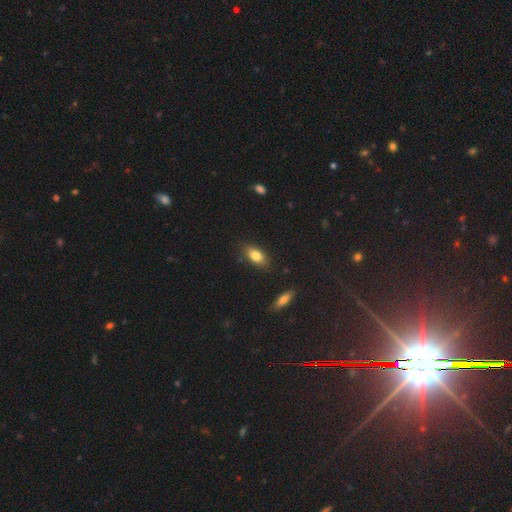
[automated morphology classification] smooth 81%, featured or disk 11%, star or artifact 8%. Down the decision tree: how rounded — in between (86%); merging — none (82%).